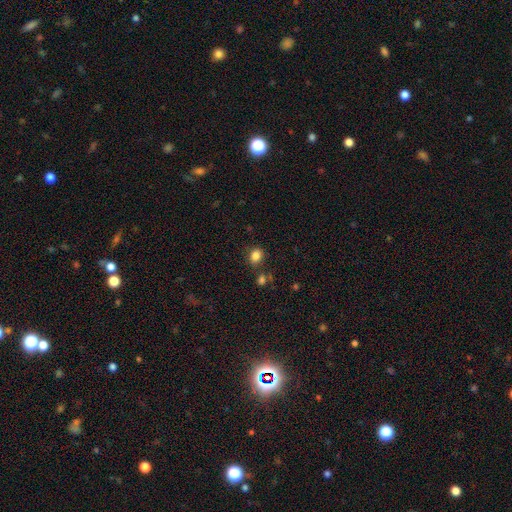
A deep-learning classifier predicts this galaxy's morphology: smooth-or-featured: smooth: 83% | star or artifact: 12% | featured or disk: 5%
  how-rounded: round: 60% | in between: 39% | cigar-shaped: 1%
  merging: none: 78% | minor disturbance: 11% | merger: 7% | major disturbance: 4%